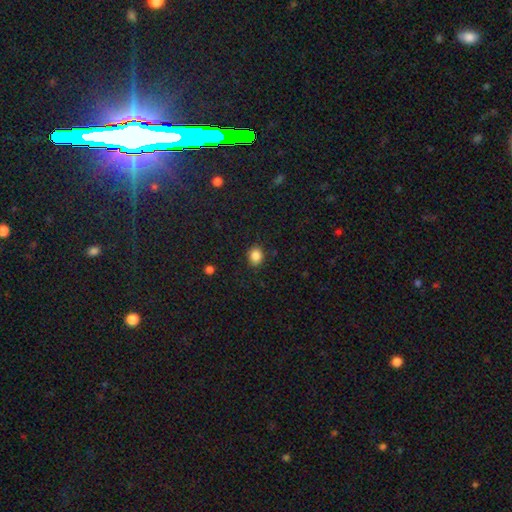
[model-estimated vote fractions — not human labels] smooth 86%, star or artifact 10%, featured or disk 4%. Down the decision tree: how rounded — round (62%); merging — none (87%).